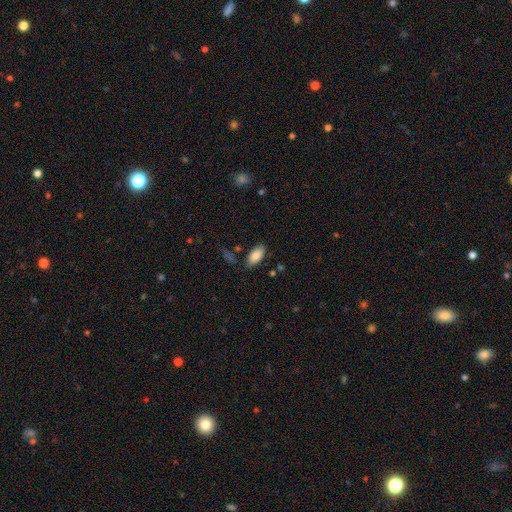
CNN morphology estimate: A smooth galaxy with no disk features (84%) that is in between round and cigar-shaped (91%). Merging: none (77%).